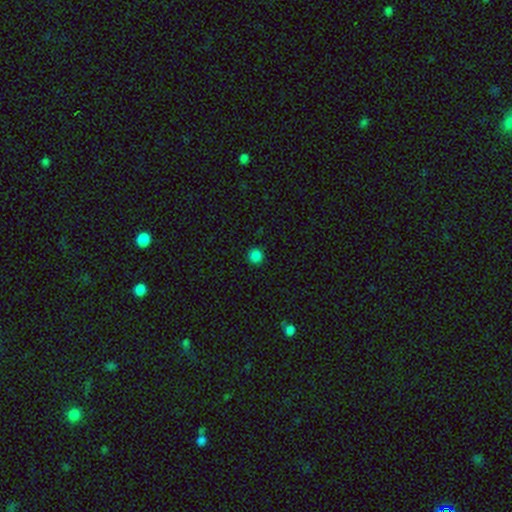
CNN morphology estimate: type=smooth (84%); roundness=round (95%); merging=none (93%).